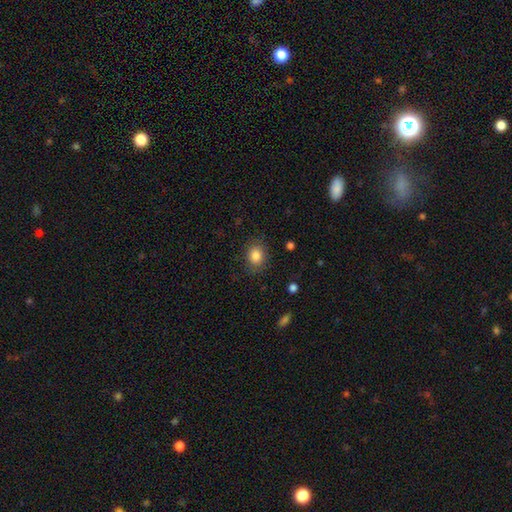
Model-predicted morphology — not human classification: This appears to be a smooth galaxy with no disk features (85%) that is round (50%). Merging: none (82%).